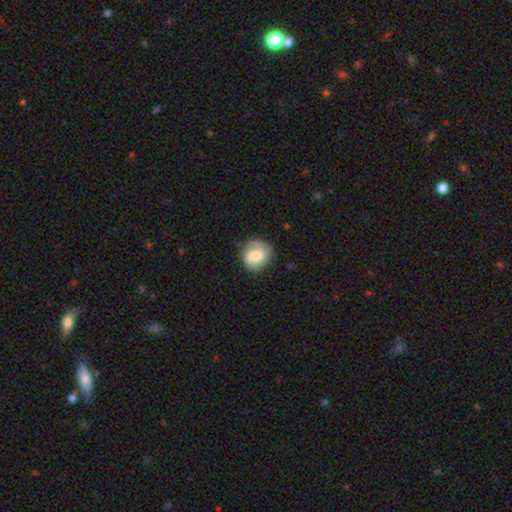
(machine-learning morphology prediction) Q: Smooth or featured?
A: smooth (59%); runner-up: featured or disk (33%)
Q: How rounded?
A: round (83%); runner-up: in between (16%)
Q: Merging?
A: none (72%); runner-up: minor disturbance (20%)